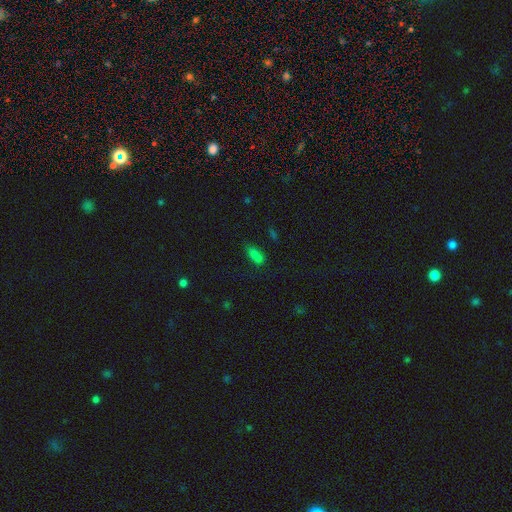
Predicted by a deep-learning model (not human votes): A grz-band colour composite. It shows a smooth galaxy with no disk features (74%) that is in between round and cigar-shaped (73%). Merging: none (58%).